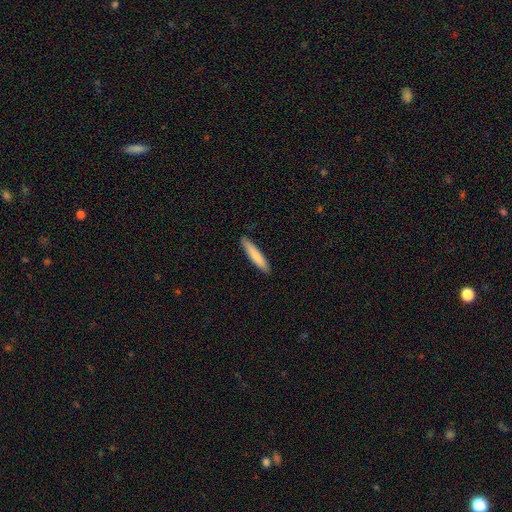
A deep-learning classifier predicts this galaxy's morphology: smooth 80%, featured or disk 15%, star or artifact 5%. Down the decision tree: how rounded — cigar-shaped (90%); merging — none (88%).